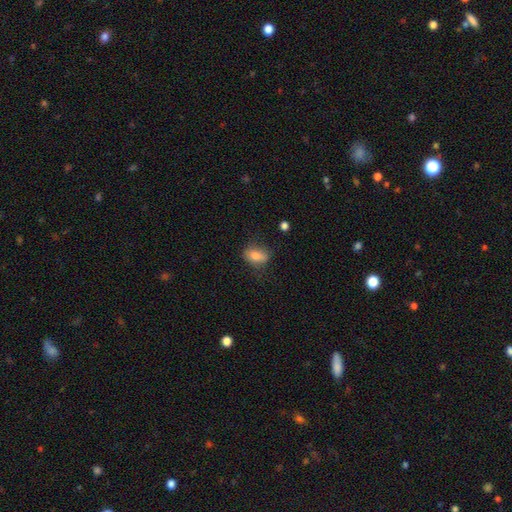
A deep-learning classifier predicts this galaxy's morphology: smooth_or_featured: smooth (p=0.79) [alt: featured or disk p=0.13]
how_rounded: in between (p=0.81) [alt: round p=0.16]
merging: none (p=0.66) [alt: minor disturbance p=0.24]